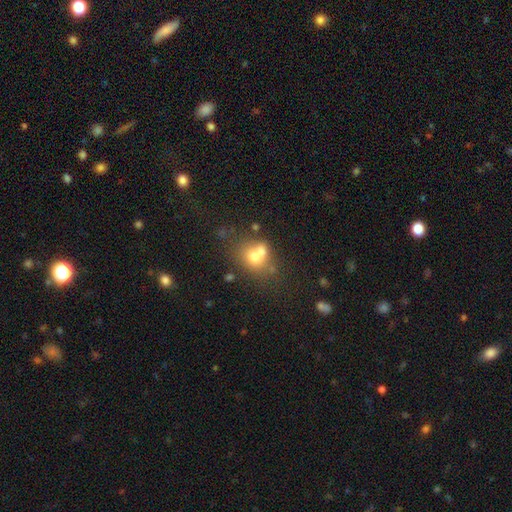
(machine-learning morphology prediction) Smooth or featured? smooth (65%)
How rounded? round (62%)
Merging? merger (50%)